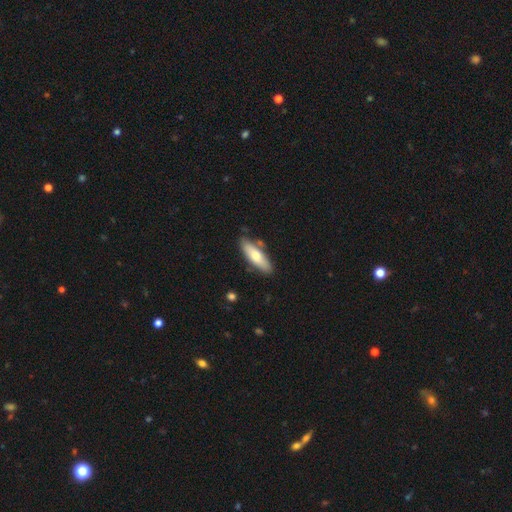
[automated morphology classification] smooth_or_featured: smooth (p=0.66) [alt: featured or disk p=0.28]
how_rounded: in between (p=0.50) [alt: cigar-shaped p=0.49]
merging: none (p=0.80) [alt: minor disturbance p=0.13]